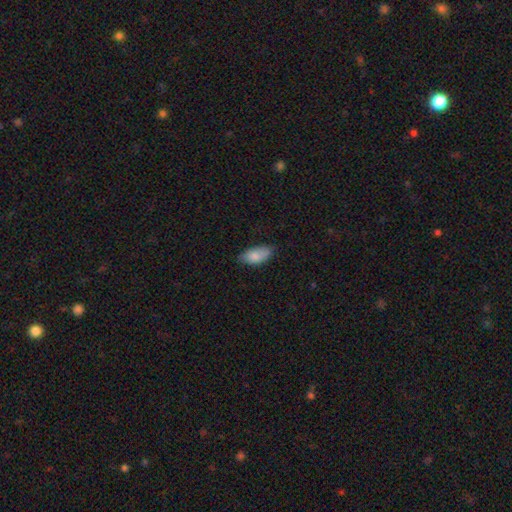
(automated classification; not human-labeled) The model was most divided on "merging": none: 68%, minor disturbance: 26%, major disturbance: 4%, merger: 2%. More confident: how rounded — in between (91%); smooth or featured — smooth (83%).